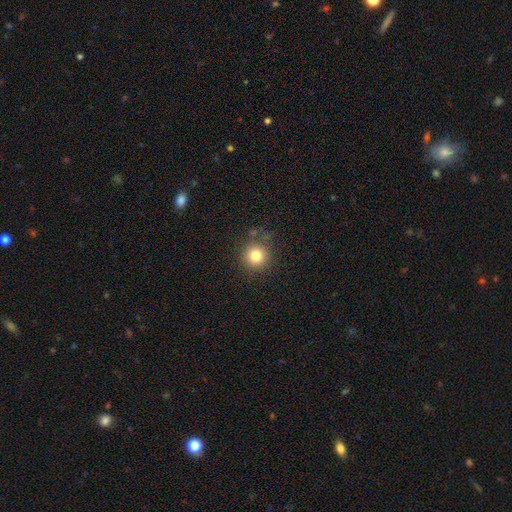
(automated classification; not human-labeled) Overall: smooth (81%). How rounded: round (94%). Merging: none (82%).